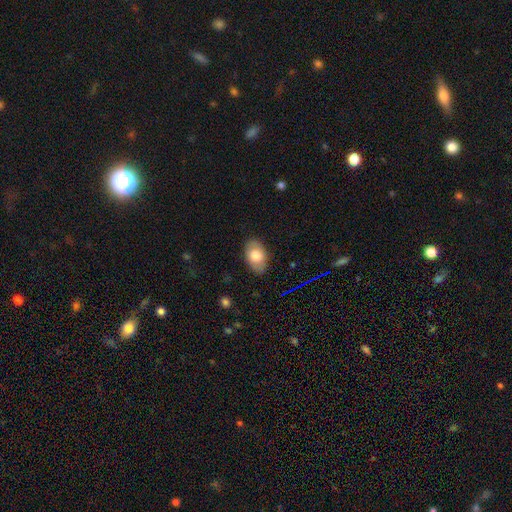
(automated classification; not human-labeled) Smooth or featured? smooth (76%)
How rounded? in between (91%)
Merging? none (83%)